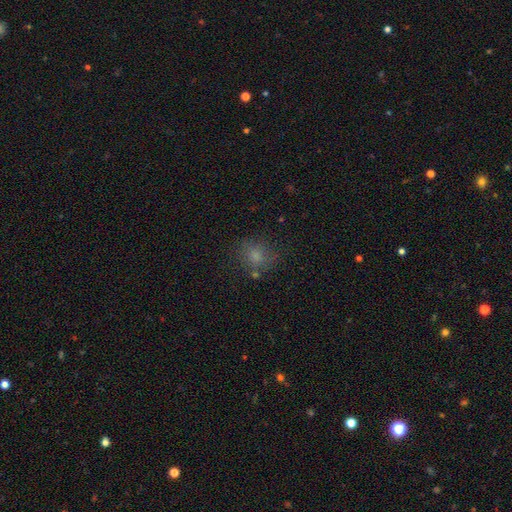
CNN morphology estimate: A smooth galaxy with no disk features (73%) that is round (71%).

Vote fractions:
- Smooth or featured? smooth: 73% / star or artifact: 16% / featured or disk: 11%
- How rounded? round: 71% / in between: 28% / cigar-shaped: 1%
- Merging? none: 68% / minor disturbance: 18% / major disturbance: 8% / merger: 5%